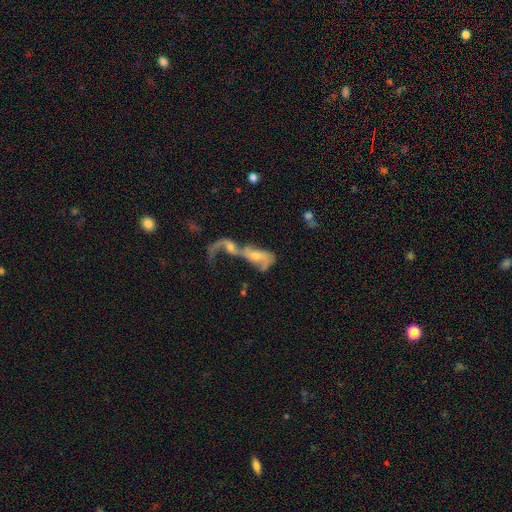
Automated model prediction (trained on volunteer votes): Smooth or featured?
  - featured or disk: 63% *
  - smooth: 26%
  - star or artifact: 11%
Edge-on disk?
  - no: 92% *
  - yes: 8%
Bar?
  - no: 65% *
  - weak: 27%
  - strong: 8%
Spiral arms?
  - yes: 63% *
  - no: 37%
Bulge size?
  - moderate: 42% *
  - small: 38%
  - none: 12%
  - large: 5%
  - dominant: 2%
Merging?
  - merger: 76% *
  - major disturbance: 12%
  - none: 8%
  - minor disturbance: 4%